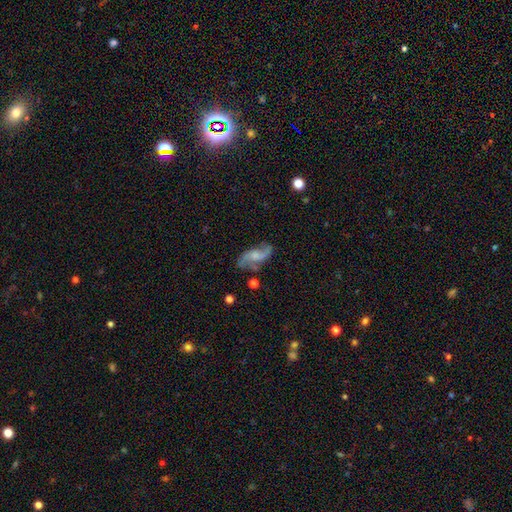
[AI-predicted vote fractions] This is likely a featured or disk galaxy (77%). It is clearly not viewed edge-on (95%). Bar: possibly no (55%). Spiral arm pattern: clearly yes (94%). Spiral arm count: clearly 2 (87%). Spiral winding: likely loose (64%). Central bulge: marginally small (39%). Merging: likely none (65%).